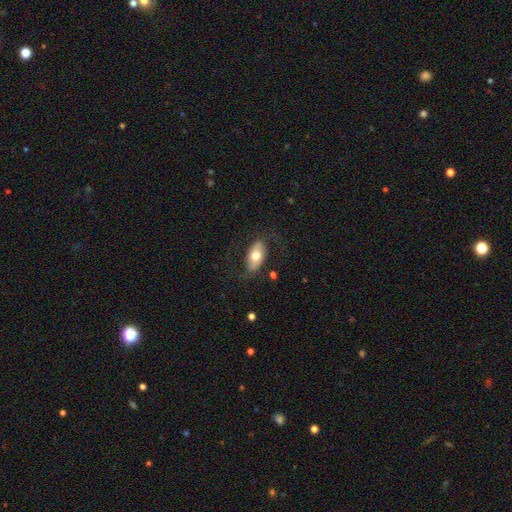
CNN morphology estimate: Q: Smooth or featured?
A: smooth (55%); runner-up: featured or disk (39%)
Q: How rounded?
A: in between (91%); runner-up: round (5%)
Q: Merging?
A: none (73%); runner-up: minor disturbance (16%)